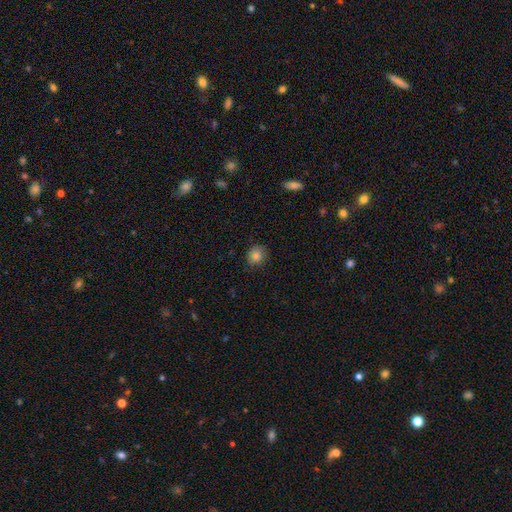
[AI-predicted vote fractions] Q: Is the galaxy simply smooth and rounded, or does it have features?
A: smooth — 82%.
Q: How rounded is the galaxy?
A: round — 84%.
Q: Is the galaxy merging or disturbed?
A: none — 83%.